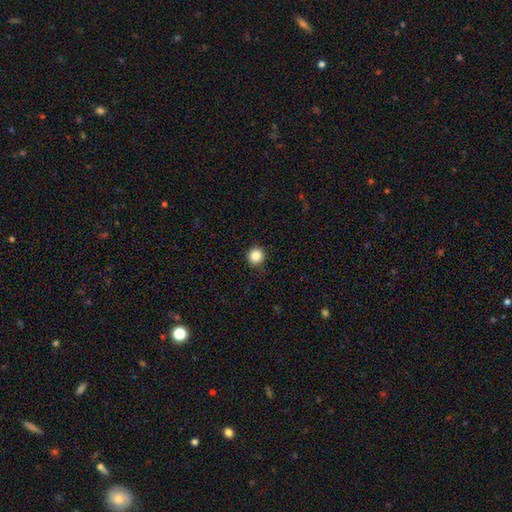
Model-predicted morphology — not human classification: Smooth or featured? smooth (87%)
How rounded? round (93%)
Merging? none (91%)